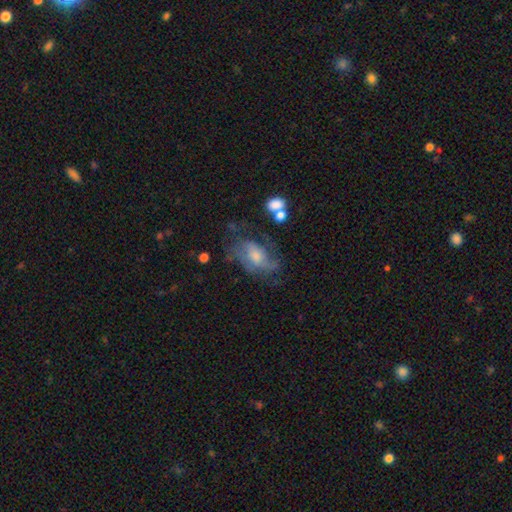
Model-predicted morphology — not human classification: featured or disk 65%, smooth 25%, star or artifact 10%. Down the decision tree: edge-on disk — no (95%); bar — no (60%); spiral arms — yes (78%); bulge size — moderate (46%); merging — none (50%).